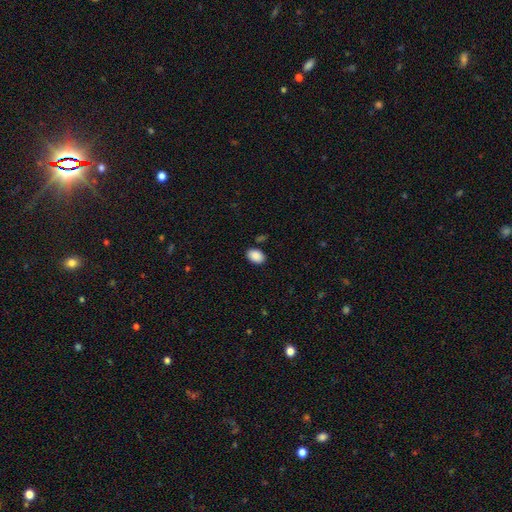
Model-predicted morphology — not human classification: This appears to be a smooth galaxy with no disk features (89%) that is in between round and cigar-shaped (86%). Merging: none (85%).